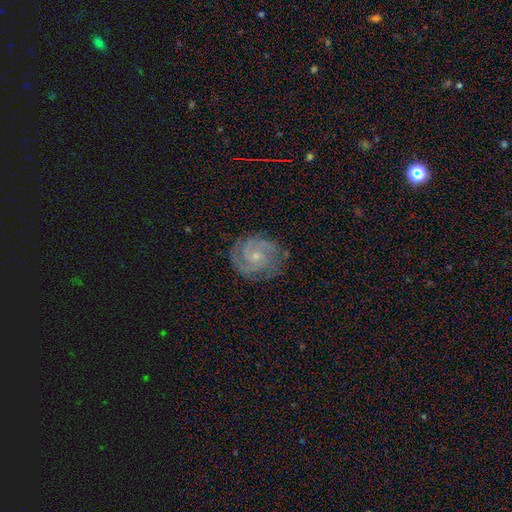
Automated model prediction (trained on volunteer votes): A featured or disk galaxy (85%) with no bar (72%), 2 (42%) tight (68%) spiral arms (97%) and a small central bulge (75%). Merging: none (80%).